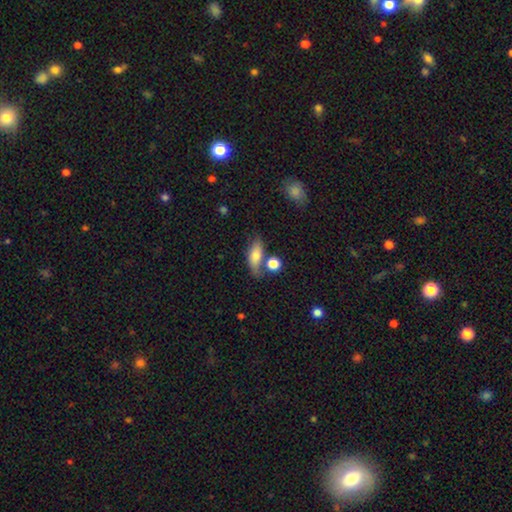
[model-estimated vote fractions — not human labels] Overall: smooth (72%). How rounded: in between (70%). Merging: none (58%; minor disturbance 19%).